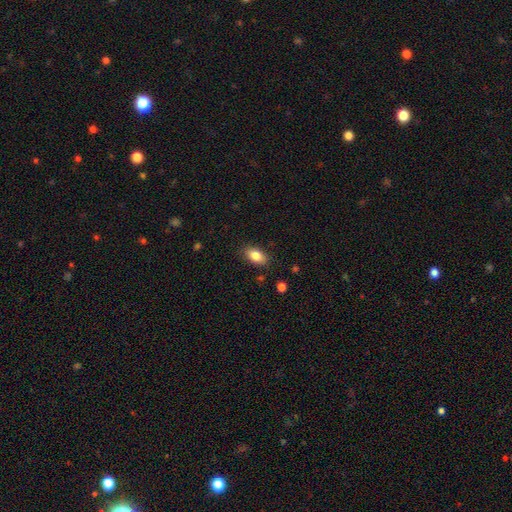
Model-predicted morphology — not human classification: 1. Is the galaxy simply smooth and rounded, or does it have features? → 83% smooth, 9% featured or disk, 8% star or artifact.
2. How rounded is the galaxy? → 90% in between, 6% round, 4% cigar-shaped.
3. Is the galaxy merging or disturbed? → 85% none, 11% minor disturbance, 2% major disturbance, 1% merger.